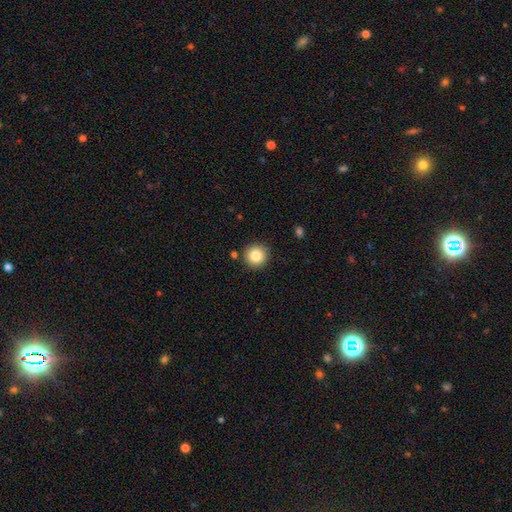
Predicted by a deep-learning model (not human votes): Morphology: type=smooth (84%); roundness=round (95%); merging=none (88%).